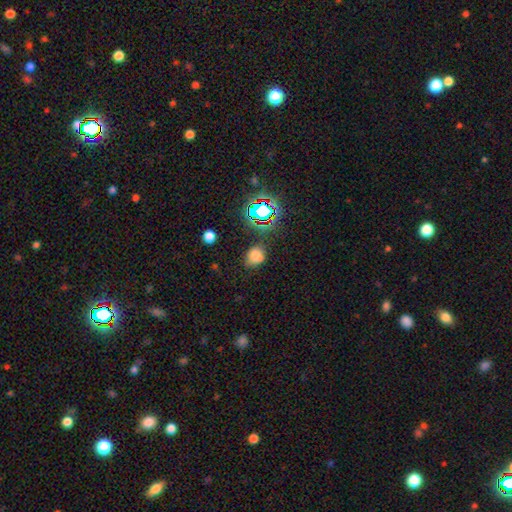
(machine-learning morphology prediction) smooth 70%, star or artifact 22%, featured or disk 8%. Down the decision tree: how rounded — round (53%); merging — none (68%).